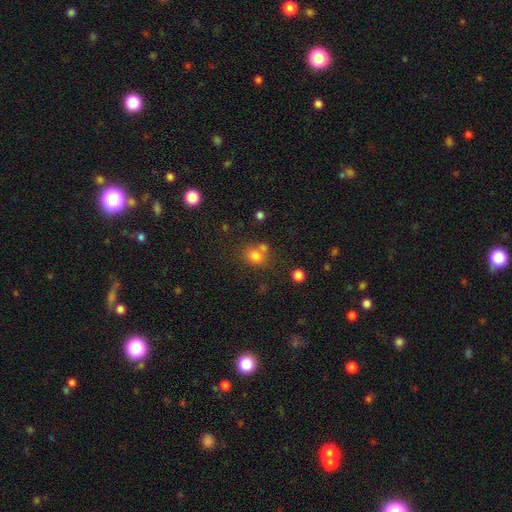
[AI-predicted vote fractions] Smooth or featured?
  - smooth: 77% *
  - star or artifact: 14%
  - featured or disk: 9%
How rounded?
  - round: 63% *
  - in between: 36%
  - cigar-shaped: 1%
Merging?
  - none: 54% *
  - merger: 28%
  - minor disturbance: 12%
  - major disturbance: 5%